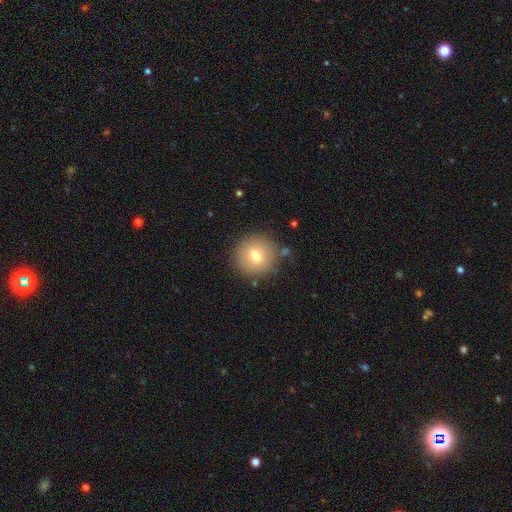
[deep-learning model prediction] Smooth or featured? smooth (73%)
How rounded? round (93%)
Merging? none (83%)